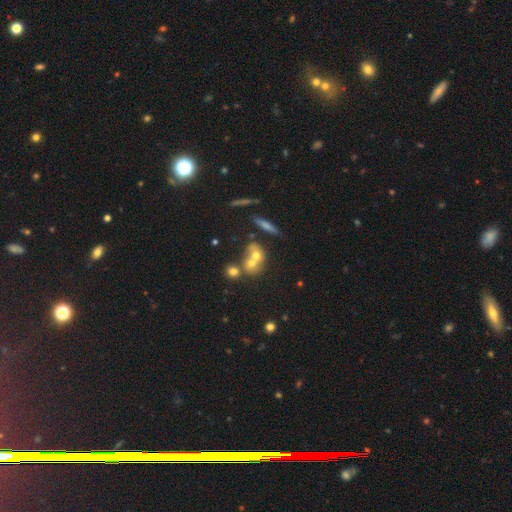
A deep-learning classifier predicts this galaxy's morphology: Smooth or featured? smooth (58%)
How rounded? round (56%)
Merging? merger (59%)